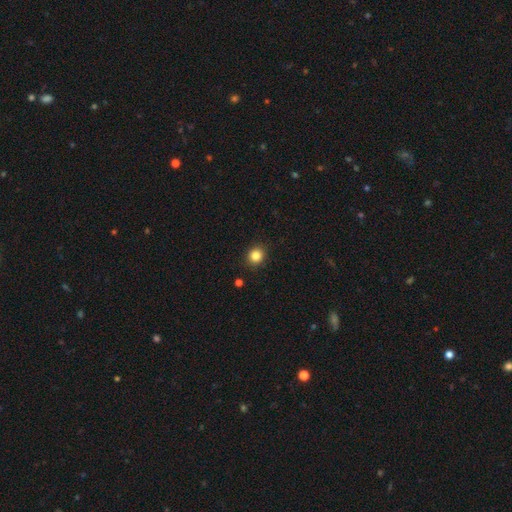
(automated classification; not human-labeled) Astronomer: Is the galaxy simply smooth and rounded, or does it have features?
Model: smooth — 84%.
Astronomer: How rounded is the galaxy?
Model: round — 83%.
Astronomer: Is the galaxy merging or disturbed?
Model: none — 90%.